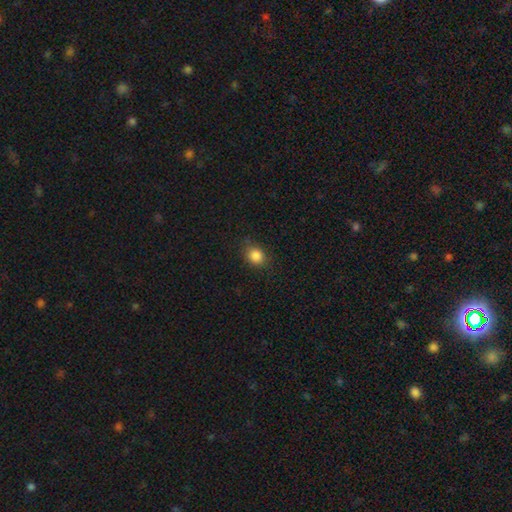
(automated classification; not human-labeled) A smooth galaxy with no disk features (85%) that is round (65%).

Vote fractions:
- Smooth or featured? smooth: 85% / star or artifact: 10% / featured or disk: 4%
- How rounded? round: 65% / in between: 34% / cigar-shaped: 1%
- Merging? none: 82% / minor disturbance: 14% / major disturbance: 4% / merger: 1%